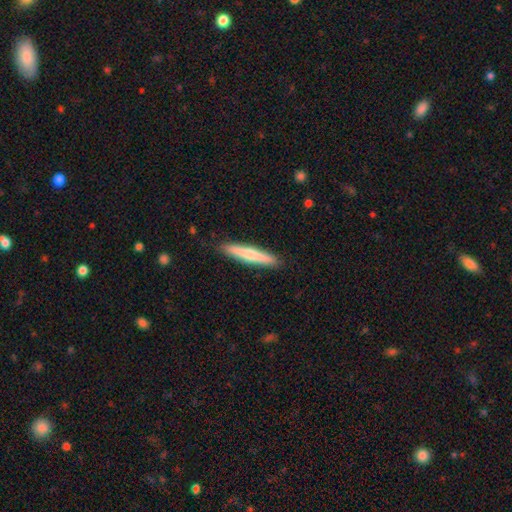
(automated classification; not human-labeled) Smooth or featured? smooth (63%)
How rounded? cigar-shaped (93%)
Merging? none (90%)